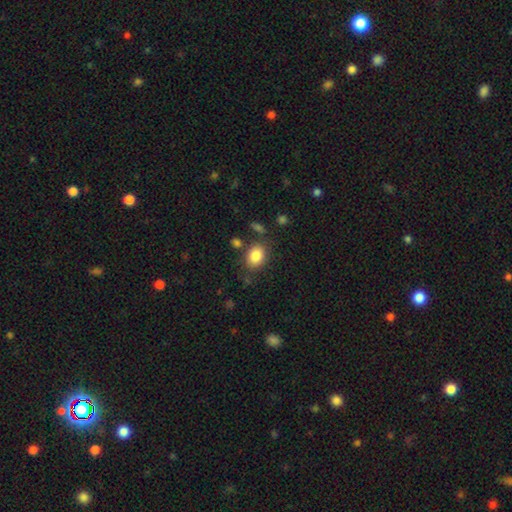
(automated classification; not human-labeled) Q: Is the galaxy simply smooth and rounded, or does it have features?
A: smooth — 85%.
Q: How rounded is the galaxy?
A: in between — 66%.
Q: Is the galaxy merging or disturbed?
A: none — 76%.